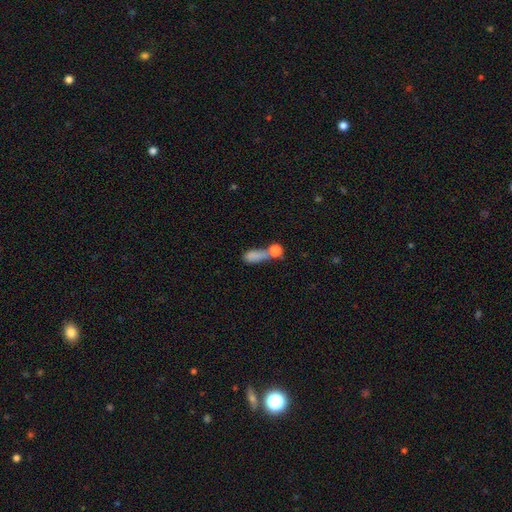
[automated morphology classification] The model was most divided on "merging": merger: 38%, none: 29%, major disturbance: 18%, minor disturbance: 15%. More confident: smooth or featured — smooth (75%); how rounded — in between (53%).